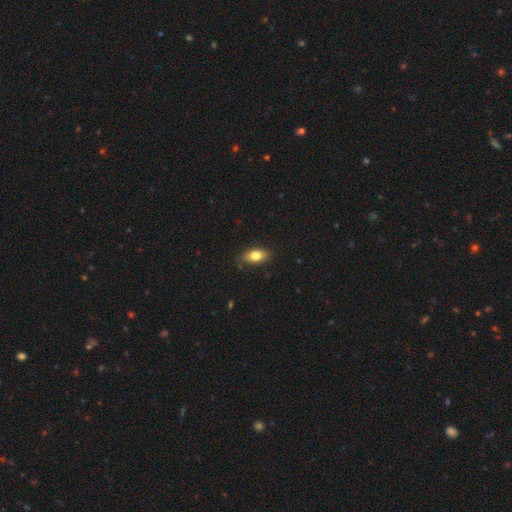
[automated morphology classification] The model was most divided on "smooth or featured": smooth: 78%, featured or disk: 14%, star or artifact: 7%. More confident: how rounded — in between (86%); merging — none (83%).